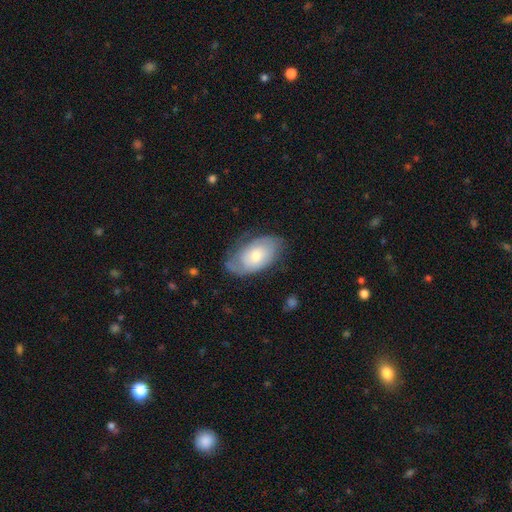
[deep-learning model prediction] Overall: featured or disk (55%; smooth 39%). Edge-on disk: no (93%). Bar: no (78%). Spiral arms: yes (73%). Bulge size: moderate (50%; small 44%). Merging: none (64%; minor disturbance 25%).